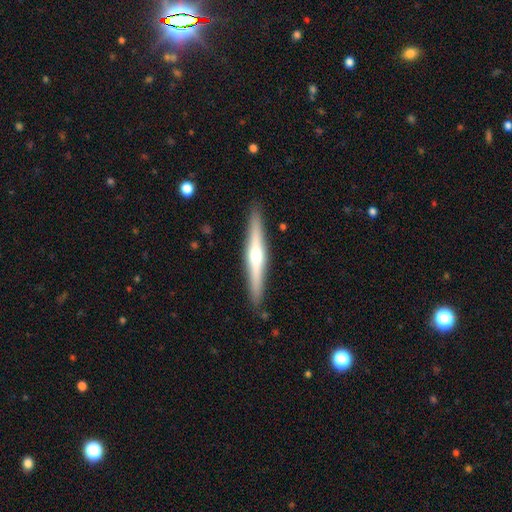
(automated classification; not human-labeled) Smooth or featured?
  - featured or disk: 70% *
  - smooth: 25%
  - star or artifact: 5%
Edge-on disk?
  - yes: 97% *
  - no: 3%
Edge-on bulge?
  - rounded: 87% *
  - none: 9%
  - boxy: 4%
Merging?
  - none: 91% *
  - minor disturbance: 7%
  - major disturbance: 1%
  - merger: 1%